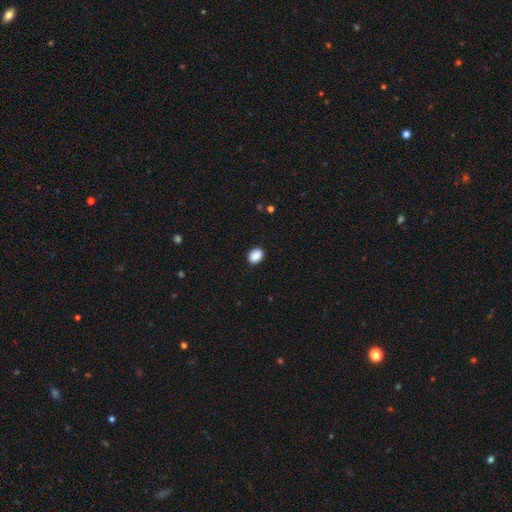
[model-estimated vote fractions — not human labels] Overall: smooth (90%). How rounded: in between (61%; round 38%). Merging: none (90%).